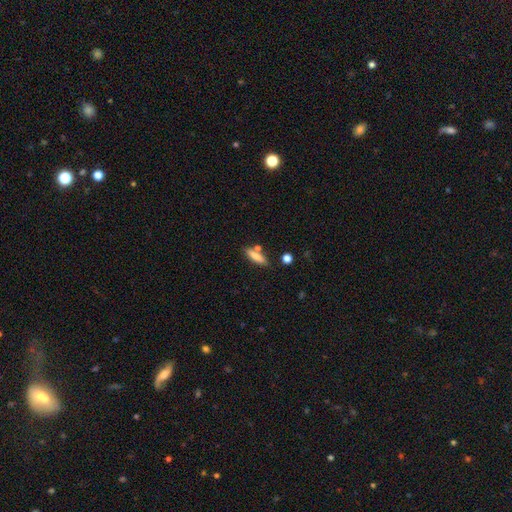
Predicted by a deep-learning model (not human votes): Morphology: type=smooth (78%); roundness=cigar-shaped (67%); merging=none (72%).